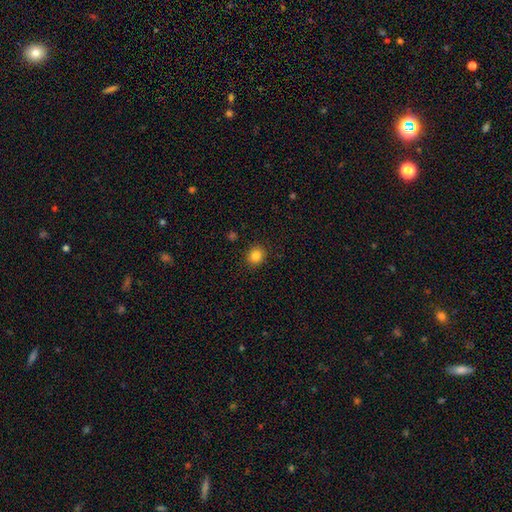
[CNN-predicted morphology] smooth-or-featured: smooth: 84% | star or artifact: 11% | featured or disk: 5%
  how-rounded: round: 78% | in between: 21% | cigar-shaped: 1%
  merging: none: 90% | minor disturbance: 6% | major disturbance: 2% | merger: 1%